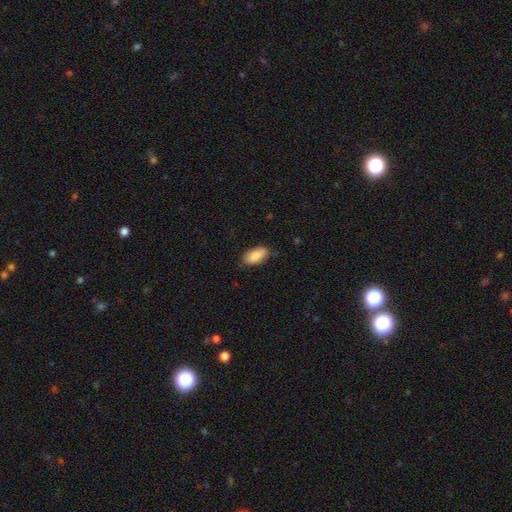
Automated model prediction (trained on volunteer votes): Smooth or featured?
  - smooth: 89% *
  - star or artifact: 6%
  - featured or disk: 5%
How rounded?
  - in between: 92% *
  - cigar-shaped: 5%
  - round: 2%
Merging?
  - none: 80% *
  - minor disturbance: 16%
  - major disturbance: 3%
  - merger: 1%